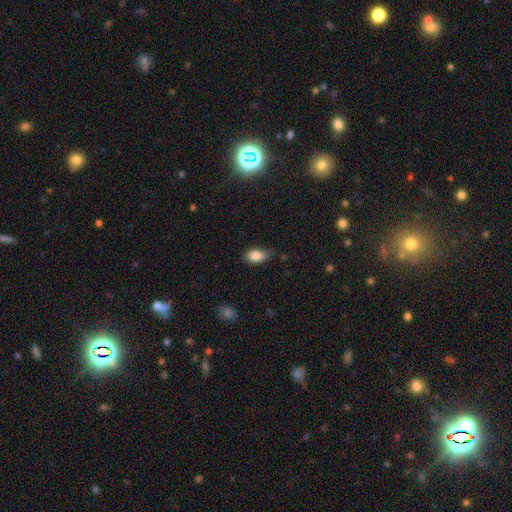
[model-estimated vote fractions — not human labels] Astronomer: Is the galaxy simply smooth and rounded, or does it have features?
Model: smooth — 85%.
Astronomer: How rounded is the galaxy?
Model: in between — 87%.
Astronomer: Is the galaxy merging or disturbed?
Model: none — 60%.